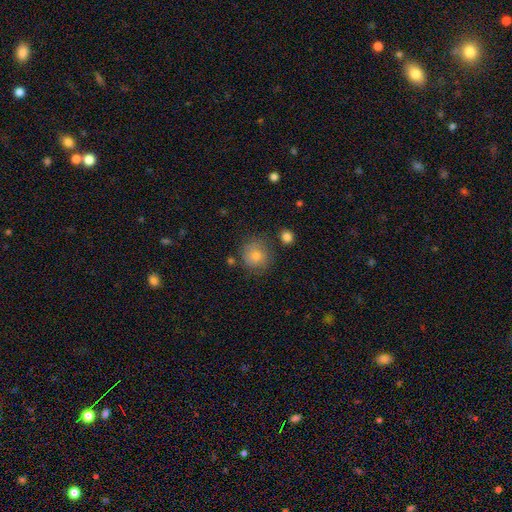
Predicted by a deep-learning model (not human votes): Smooth or featured?
  - smooth: 73% *
  - featured or disk: 14%
  - star or artifact: 12%
How rounded?
  - round: 91% *
  - in between: 8%
  - cigar-shaped: 1%
Merging?
  - none: 78% *
  - minor disturbance: 14%
  - major disturbance: 4%
  - merger: 4%